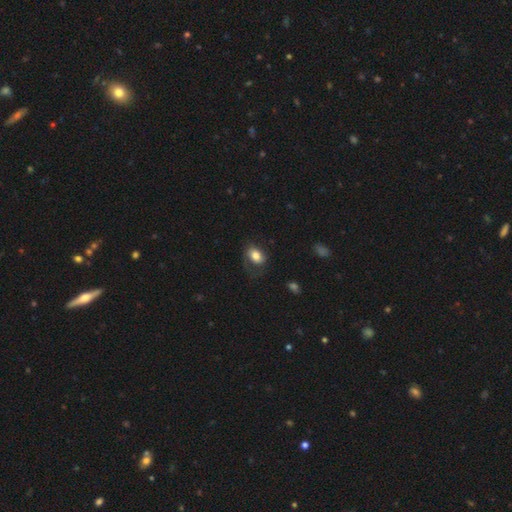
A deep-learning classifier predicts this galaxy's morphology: Smooth or featured? Predicted: smooth (p=0.76). How rounded? Predicted: in between (p=0.76). Merging? Predicted: none (p=0.51).